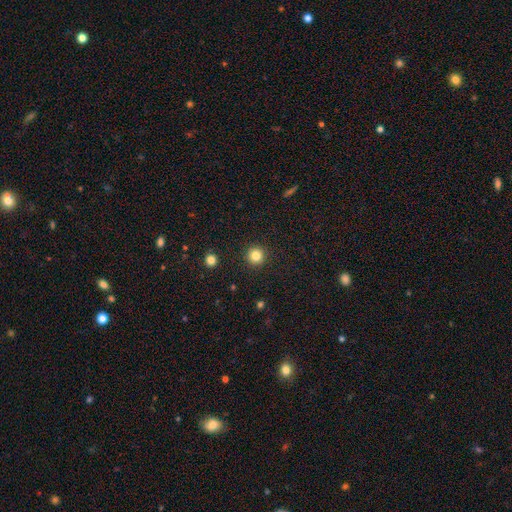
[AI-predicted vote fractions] smooth-or-featured: smooth: 83% | star or artifact: 12% | featured or disk: 5%
  how-rounded: round: 96% | in between: 3% | cigar-shaped: 1%
  merging: none: 93% | minor disturbance: 4% | major disturbance: 2% | merger: 1%